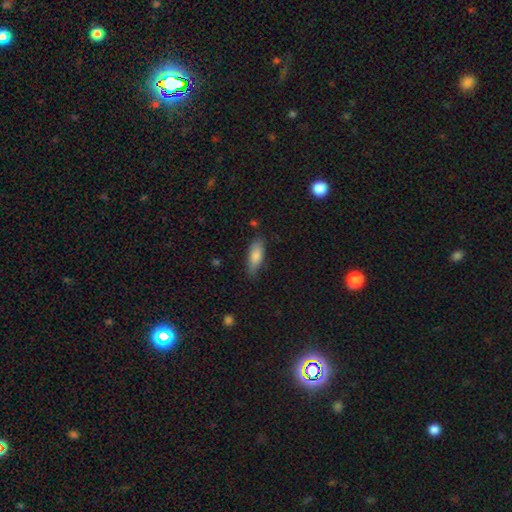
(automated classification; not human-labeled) This appears to be a smooth galaxy with no disk features (80%) that is in between round and cigar-shaped (64%). Merging: none (78%).